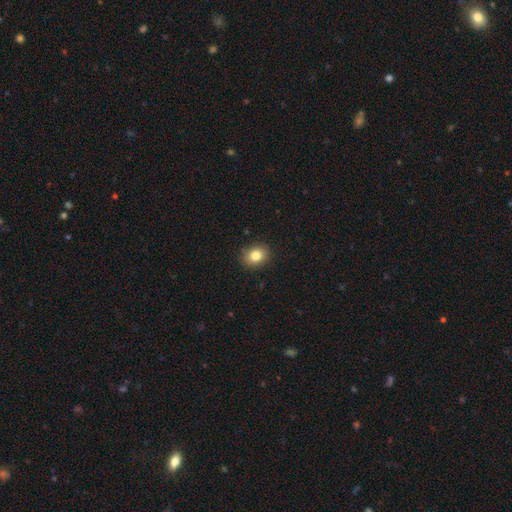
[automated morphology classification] smooth 83%, star or artifact 10%, featured or disk 7%. Down the decision tree: how rounded — round (57%); merging — none (89%).